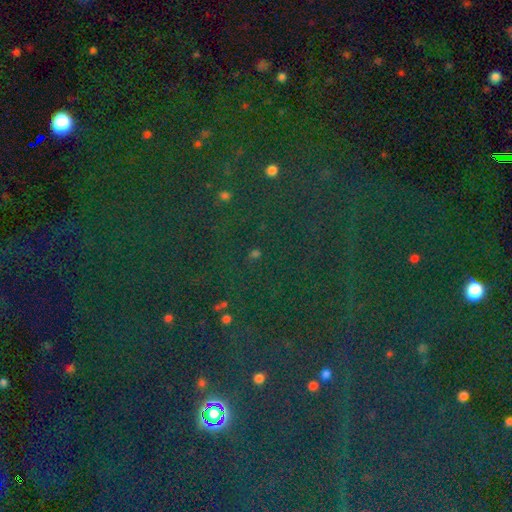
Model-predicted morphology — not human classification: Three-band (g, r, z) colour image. It shows a star or artifact, not a galaxy (76%).